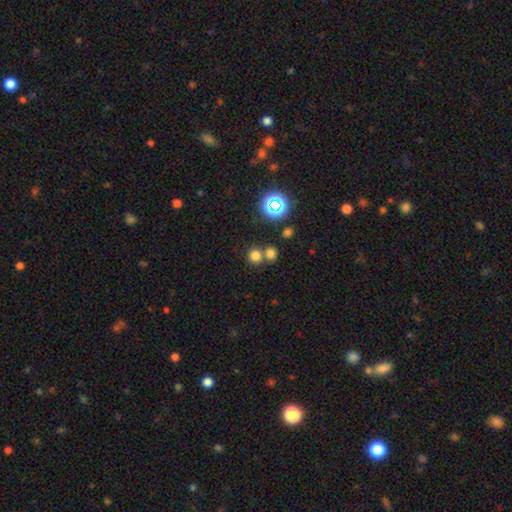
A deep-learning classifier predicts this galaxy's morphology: smooth 73%, star or artifact 21%, featured or disk 7%. Down the decision tree: how rounded — round (86%); merging — none (56%).